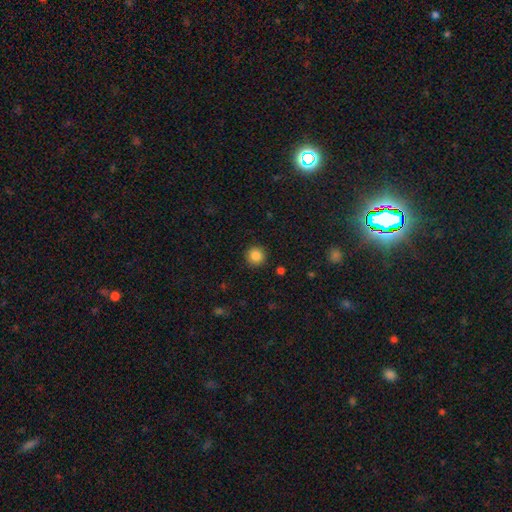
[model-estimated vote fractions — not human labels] The model was most divided on "smooth or featured": smooth: 85%, star or artifact: 10%, featured or disk: 4%. More confident: how rounded — round (95%); merging — none (92%).